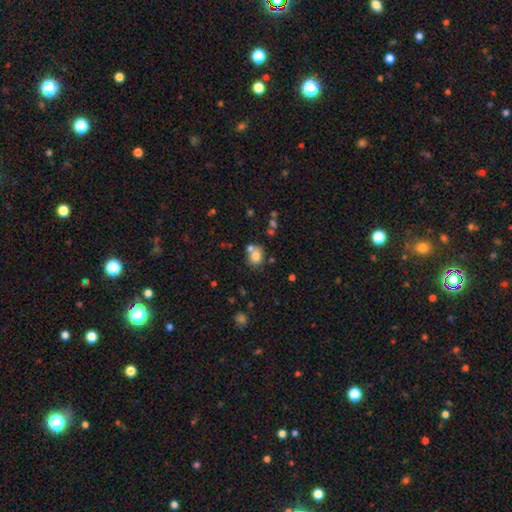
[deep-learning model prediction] Morphology: type=smooth (76%); roundness=round (58%); merging=none (53%).